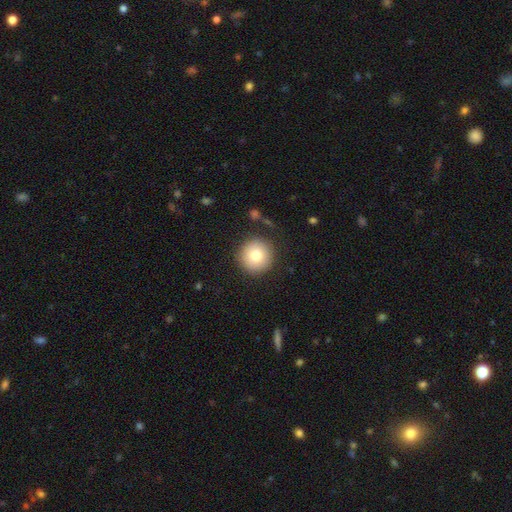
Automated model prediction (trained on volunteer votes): Smooth or featured? Predicted: smooth (p=0.79). How rounded? Predicted: round (p=0.95). Merging? Predicted: none (p=0.88).